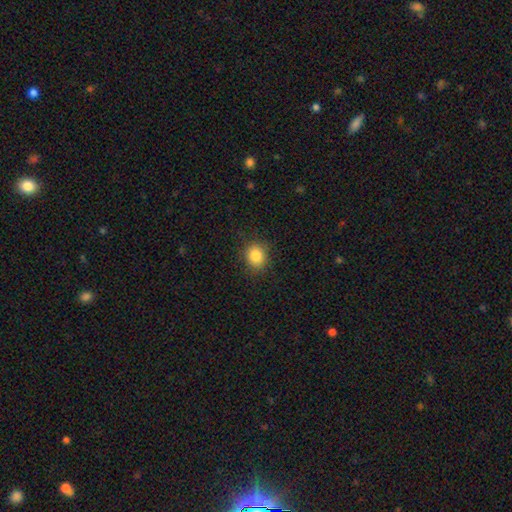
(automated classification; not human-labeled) Smooth or featured? Predicted: smooth (p=0.85). How rounded? Predicted: round (p=0.74). Merging? Predicted: none (p=0.87).